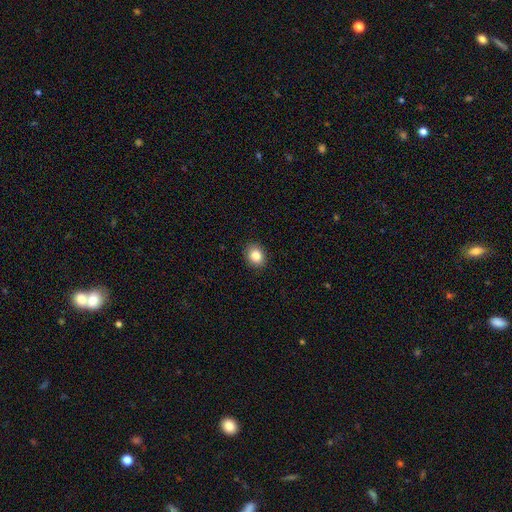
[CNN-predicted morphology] smooth 83%, star or artifact 10%, featured or disk 7%. Down the decision tree: how rounded — round (55%); merging — none (90%).